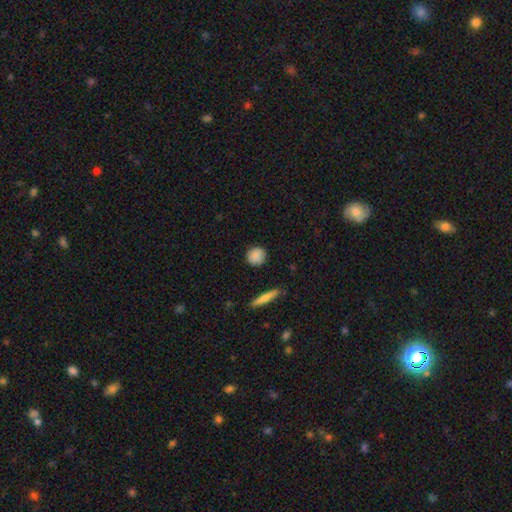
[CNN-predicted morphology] A smooth galaxy with no disk features (86%) that is round (87%).

Vote fractions:
- Smooth or featured? smooth: 86% / star or artifact: 7% / featured or disk: 7%
- How rounded? round: 87% / in between: 10% / cigar-shaped: 3%
- Merging? none: 86% / minor disturbance: 10% / major disturbance: 2% / merger: 2%